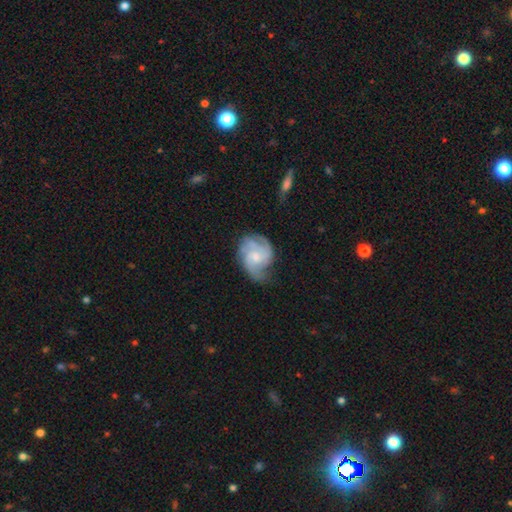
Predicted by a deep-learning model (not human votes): Smooth or featured? Predicted: featured or disk (p=0.76). Edge-on disk? Predicted: no (p=0.98). Bar? Predicted: no (p=0.68). Spiral arms? Predicted: yes (p=0.94). Spiral winding? Predicted: tight (p=0.45). Spiral arm count? Predicted: 3 (p=0.33). Bulge size? Predicted: small (p=0.46). Merging? Predicted: none (p=0.61).